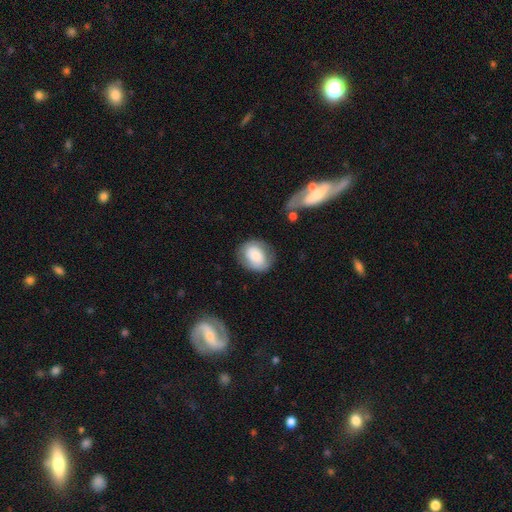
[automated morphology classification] This appears to be a smooth galaxy with no disk features (70%) that is round (52%). Merging: none (73%).